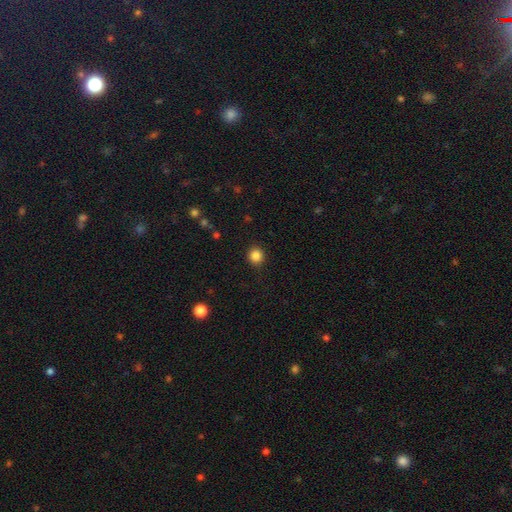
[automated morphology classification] Overall: smooth (85%). How rounded: round (86%). Merging: none (89%).